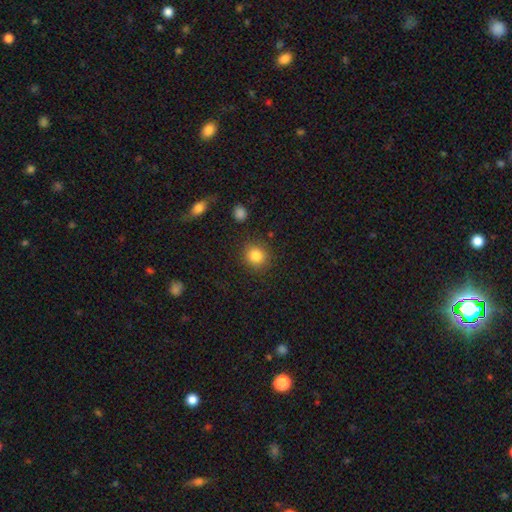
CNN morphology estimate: This appears to be a smooth galaxy with no disk features (84%) that is round (85%). Merging: none (86%).